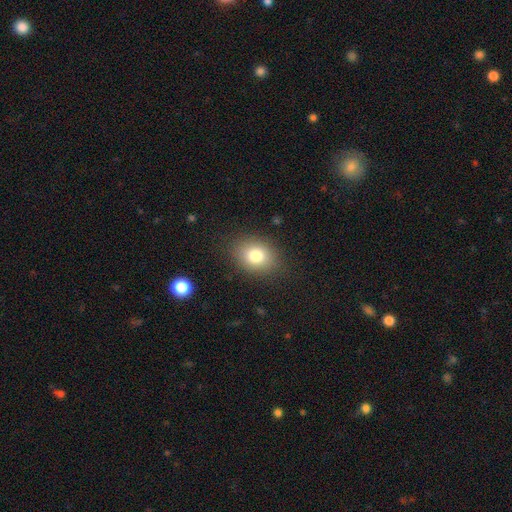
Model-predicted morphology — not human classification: Smooth or featured: smooth — 79% (star or artifact — 11%)
How rounded: in between — 56% (round — 43%)
Merging: none — 85% (minor disturbance — 10%)